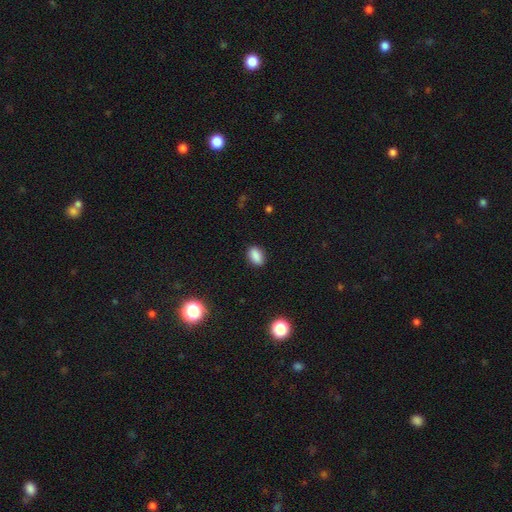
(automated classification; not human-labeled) This is clearly a smooth galaxy (86%). How rounded: clearly in between (85%). Merging: clearly none (87%).